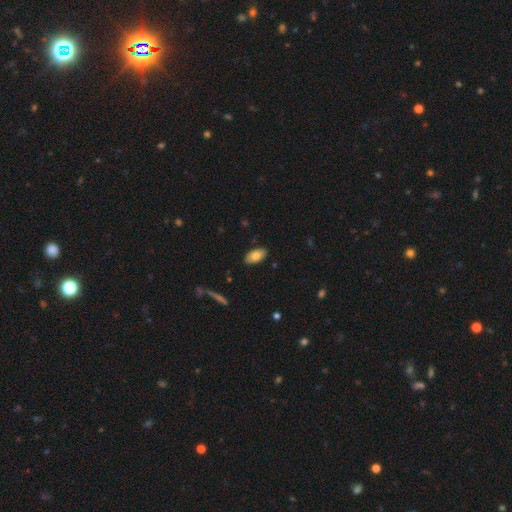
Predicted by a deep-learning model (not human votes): smooth-or-featured: smooth: 78% | featured or disk: 15% | star or artifact: 7%
  how-rounded: in between: 94% | cigar-shaped: 3% | round: 3%
  merging: none: 87% | minor disturbance: 10% | major disturbance: 2% | merger: 1%